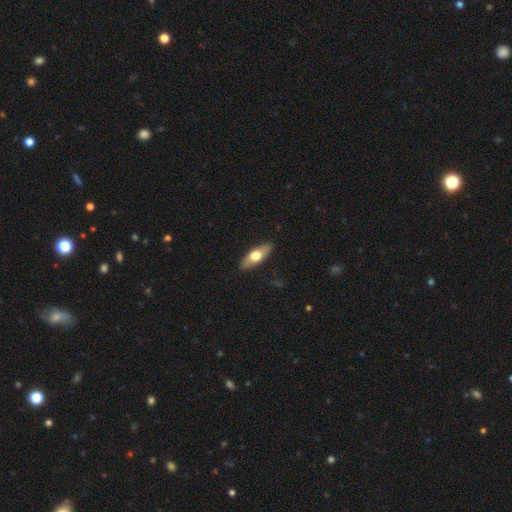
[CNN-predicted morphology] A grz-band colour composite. It shows a smooth galaxy with no disk features (60%) that is in between round and cigar-shaped (70%). Merging: none (88%).